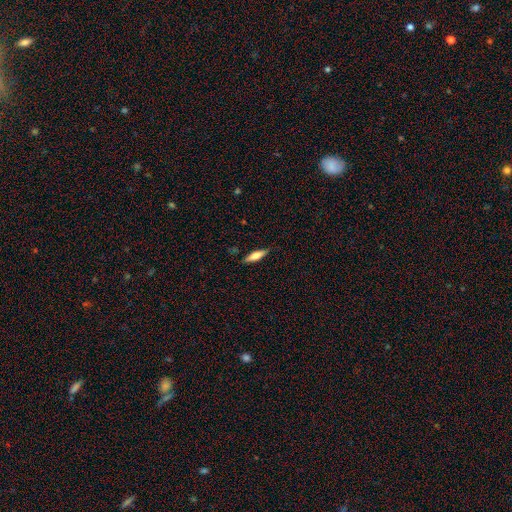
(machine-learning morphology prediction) smooth_or_featured: smooth (p=0.57) [alt: featured or disk p=0.36]
how_rounded: cigar-shaped (p=0.65) [alt: in between p=0.33]
merging: none (p=0.85) [alt: minor disturbance p=0.11]